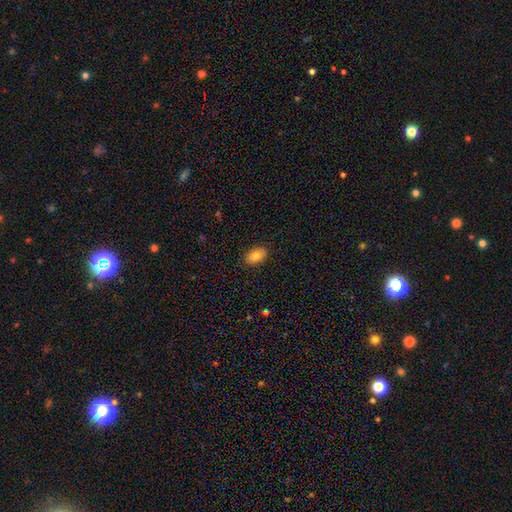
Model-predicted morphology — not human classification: This is clearly a smooth galaxy (81%). How rounded: clearly in between (90%). Merging: clearly none (89%).